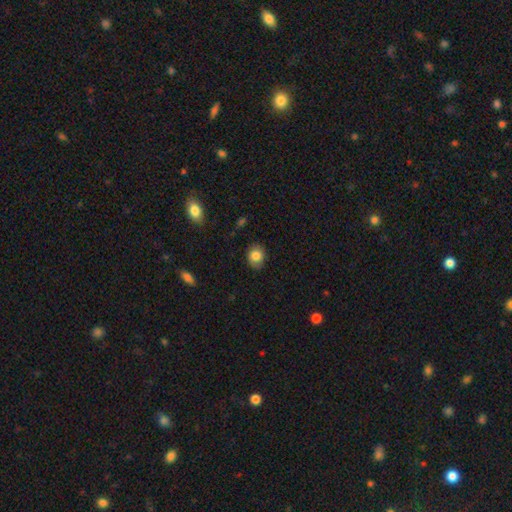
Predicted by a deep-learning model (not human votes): Smooth or featured? Predicted: smooth (p=0.82). How rounded? Predicted: round (p=0.61). Merging? Predicted: none (p=0.83).